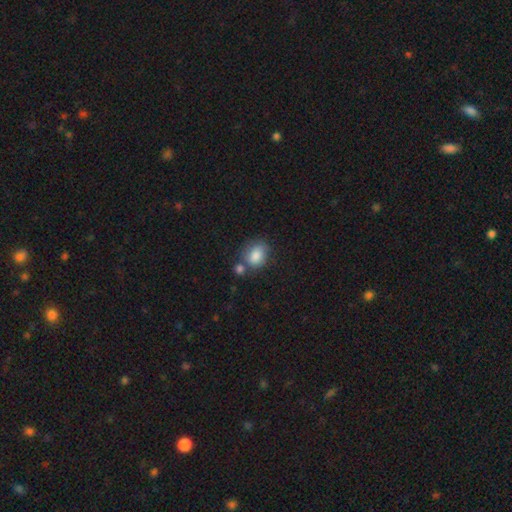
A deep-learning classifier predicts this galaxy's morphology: type=smooth (82%); roundness=in between (55%); merging=none (52%).